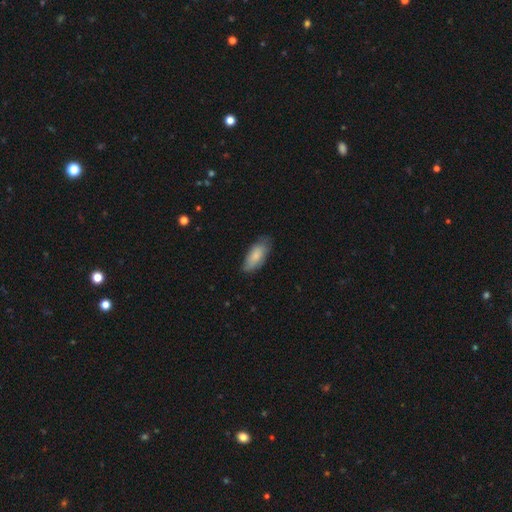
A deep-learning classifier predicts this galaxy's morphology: Smooth or featured? smooth (84%)
How rounded? in between (84%)
Merging? none (70%)